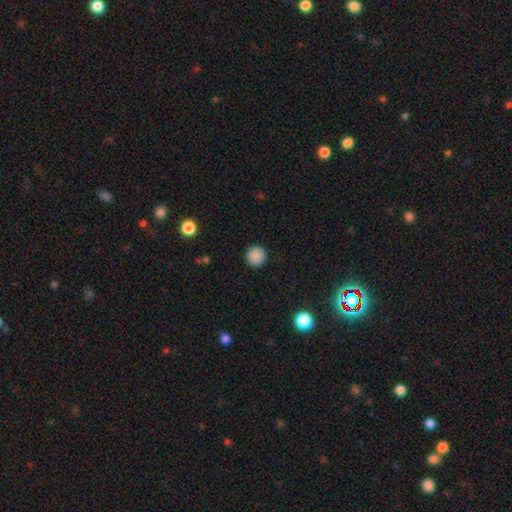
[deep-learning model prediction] Morphology: type=smooth (88%); roundness=round (95%); merging=none (92%).